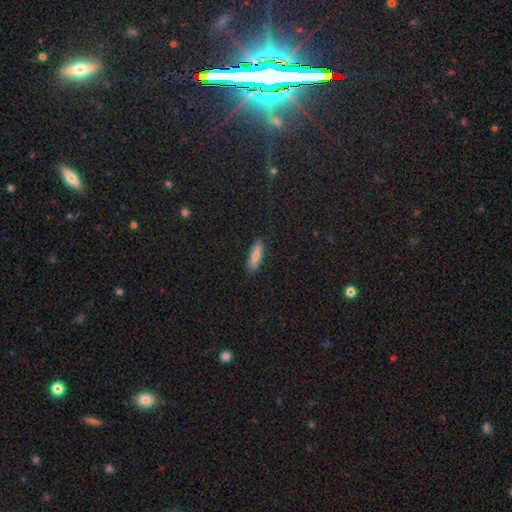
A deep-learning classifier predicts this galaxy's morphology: smooth-or-featured: smooth: 79% | featured or disk: 14% | star or artifact: 7%
  how-rounded: cigar-shaped: 57% | in between: 41% | round: 2%
  merging: none: 85% | minor disturbance: 12% | major disturbance: 2% | merger: 1%